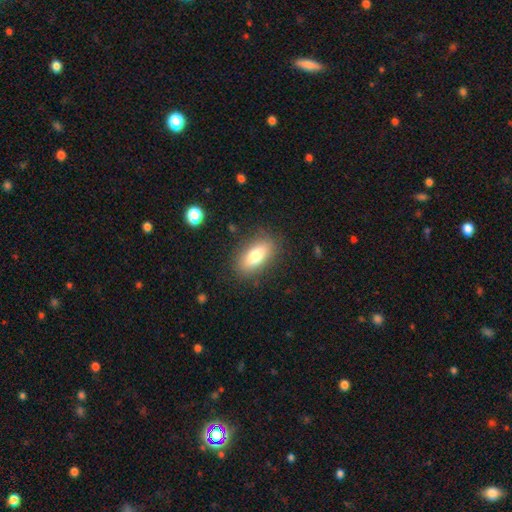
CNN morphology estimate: Smooth or featured? smooth (78%)
How rounded? in between (82%)
Merging? none (84%)